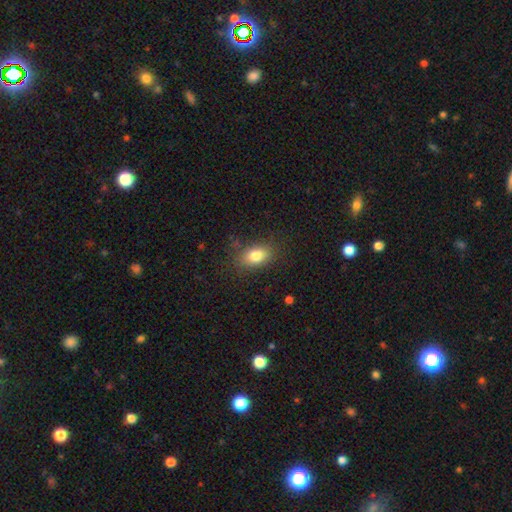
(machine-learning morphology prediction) Smooth or featured? smooth (81%)
How rounded? in between (84%)
Merging? none (82%)